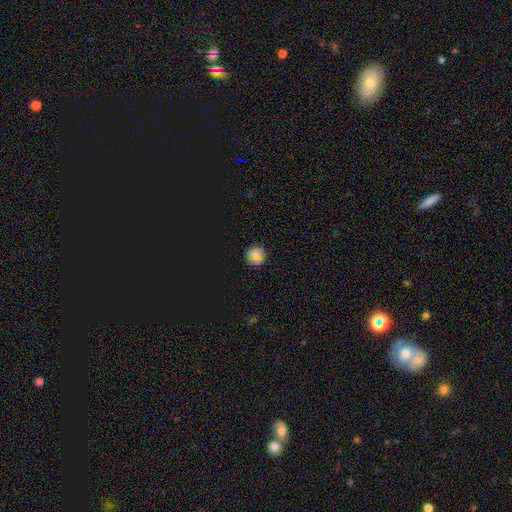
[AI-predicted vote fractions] A smooth galaxy with no disk features (63%) that is round (92%). Merging: none (89%).